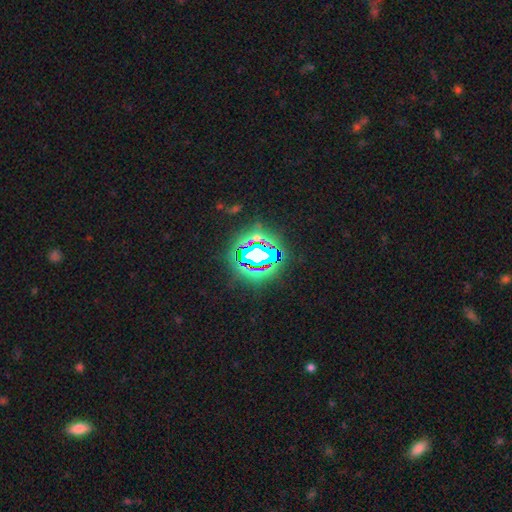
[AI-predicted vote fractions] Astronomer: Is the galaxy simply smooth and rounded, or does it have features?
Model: star or artifact — 75%.